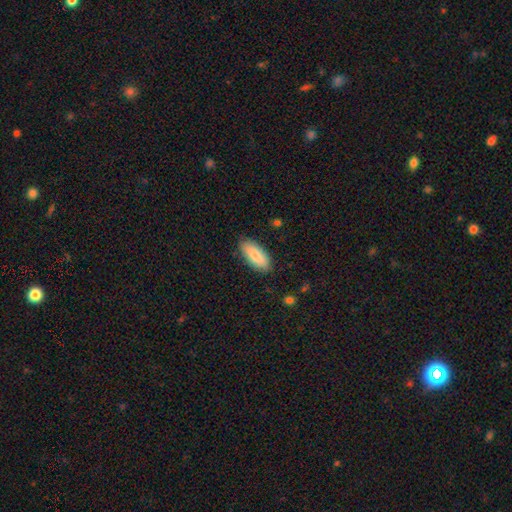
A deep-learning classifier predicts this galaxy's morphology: Overall: smooth (85%). How rounded: in between (85%). Merging: none (83%).